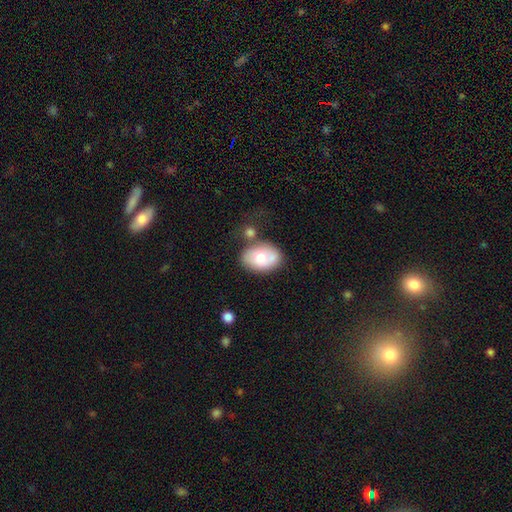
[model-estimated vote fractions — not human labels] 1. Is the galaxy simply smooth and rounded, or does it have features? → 64% smooth, 28% featured or disk, 7% star or artifact.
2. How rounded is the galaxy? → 76% in between, 23% round, 1% cigar-shaped.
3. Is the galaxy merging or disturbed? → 61% none, 18% minor disturbance, 15% merger, 6% major disturbance.